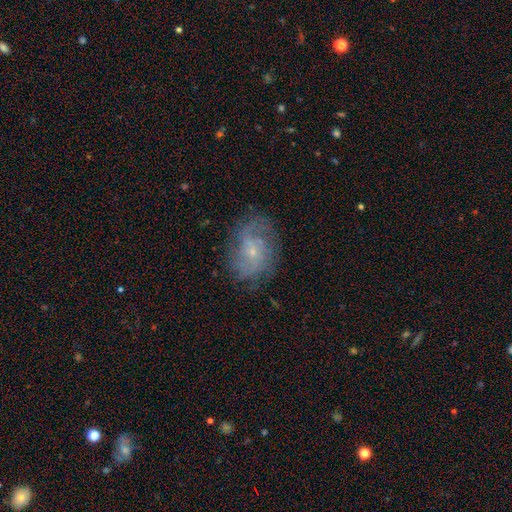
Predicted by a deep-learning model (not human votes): The model was most divided on "spiral winding": medium: 42%, tight: 36%, loose: 22%. Remaining: edge-on disk — no (96%); spiral arms — yes (90%); merging — none (76%); bulge size — small (70%); smooth or featured — featured or disk (64%); bar — no (64%); spiral arm count — can't tell (37%).